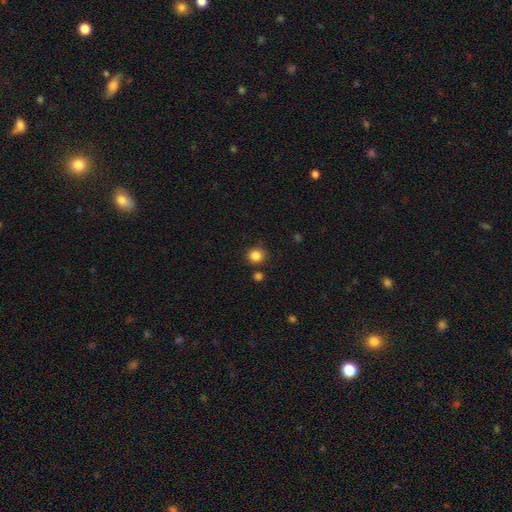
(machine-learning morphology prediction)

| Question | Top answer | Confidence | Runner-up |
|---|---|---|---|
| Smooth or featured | smooth | 85% | star or artifact (11%) |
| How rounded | round | 91% | in between (8%) |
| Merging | none | 85% | minor disturbance (8%) |